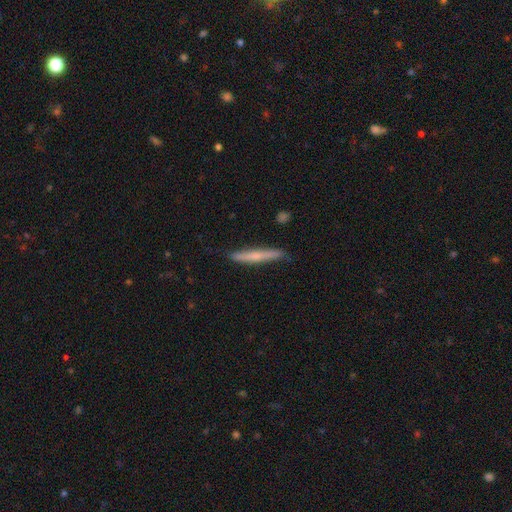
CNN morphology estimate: The model was most divided on "smooth or featured": smooth: 51%, featured or disk: 43%, star or artifact: 6%. More confident: how rounded — cigar-shaped (95%); merging — none (84%).